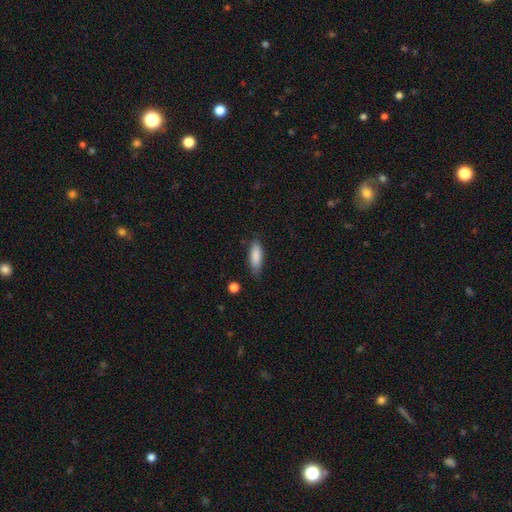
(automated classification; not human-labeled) This is clearly a smooth galaxy (87%). How rounded: likely in between (67%). Merging: likely none (76%).